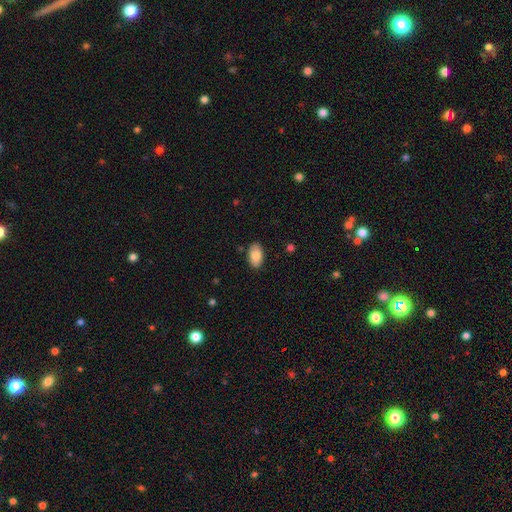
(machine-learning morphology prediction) Smooth or featured: smooth — 85% (featured or disk — 8%)
How rounded: in between — 94% (round — 4%)
Merging: none — 86% (minor disturbance — 11%)